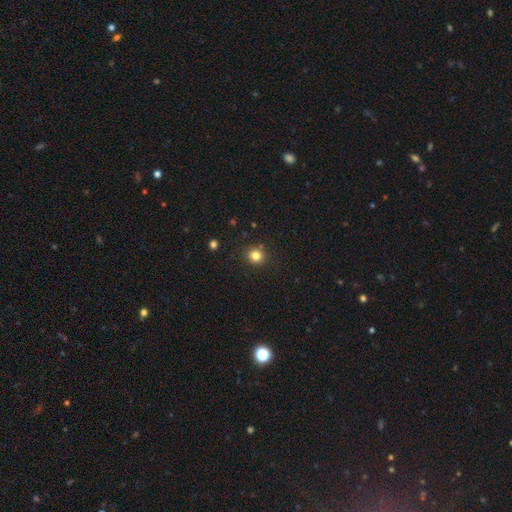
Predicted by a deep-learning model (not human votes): smooth_or_featured: smooth (p=0.81) [alt: star or artifact p=0.13]
how_rounded: round (p=0.87) [alt: in between p=0.12]
merging: none (p=0.86) [alt: minor disturbance p=0.08]